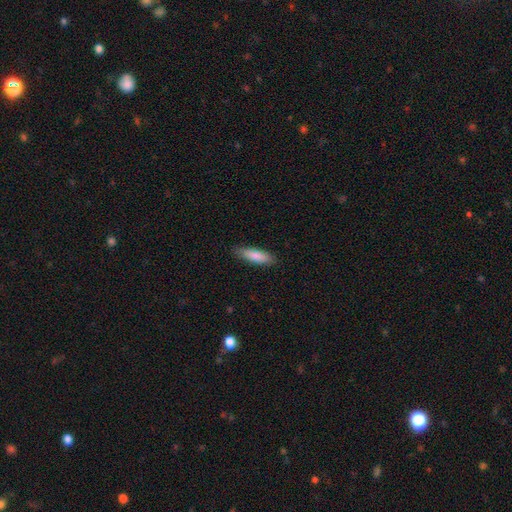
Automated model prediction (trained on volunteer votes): smooth-or-featured: smooth: 84% | featured or disk: 11% | star or artifact: 6%
  how-rounded: cigar-shaped: 53% | in between: 45% | round: 2%
  merging: none: 87% | minor disturbance: 10% | major disturbance: 2% | merger: 1%